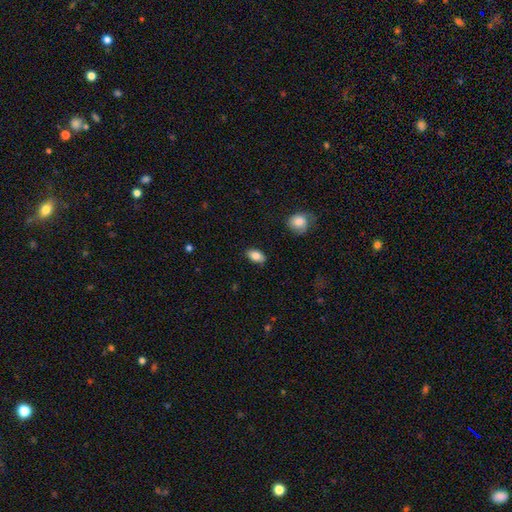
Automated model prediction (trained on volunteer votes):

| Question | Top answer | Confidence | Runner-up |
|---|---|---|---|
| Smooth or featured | smooth | 84% | featured or disk (9%) |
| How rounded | in between | 90% | round (7%) |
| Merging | none | 82% | minor disturbance (14%) |